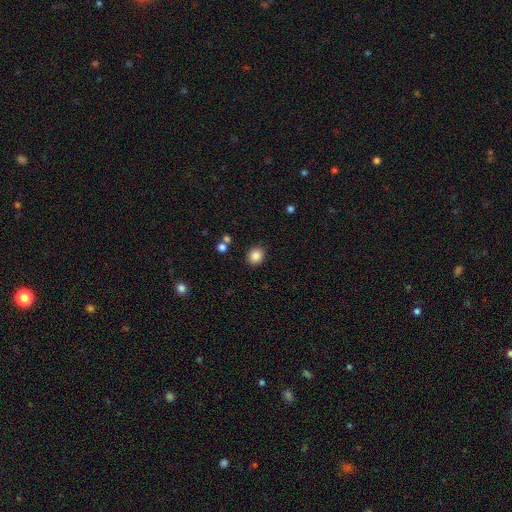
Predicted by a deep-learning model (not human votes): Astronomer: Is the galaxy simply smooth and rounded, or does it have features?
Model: smooth — 87%.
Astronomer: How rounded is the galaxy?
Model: round — 72%.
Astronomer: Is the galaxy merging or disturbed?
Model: none — 87%.